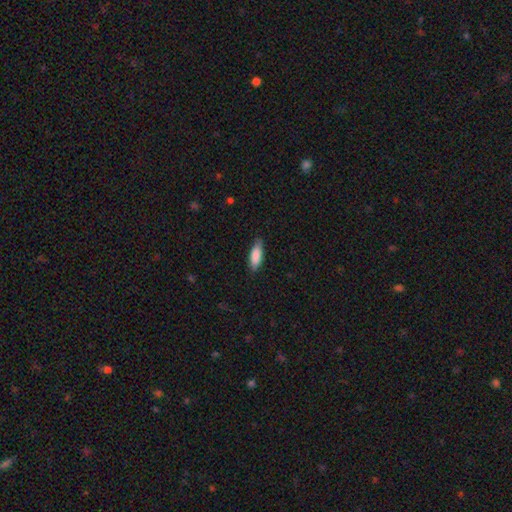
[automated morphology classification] Smooth or featured? smooth (86%)
How rounded? in between (64%)
Merging? none (81%)